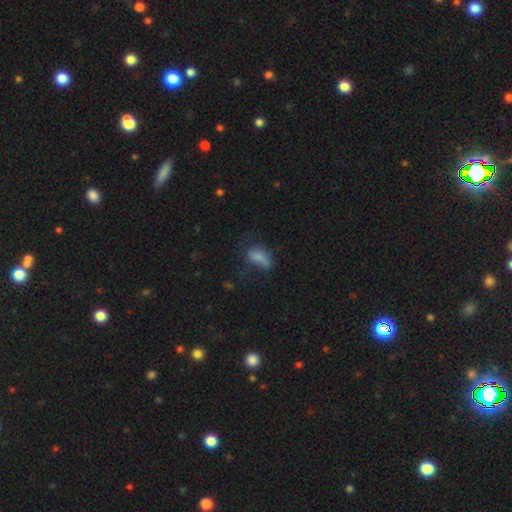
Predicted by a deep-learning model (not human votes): Smooth or featured: smooth — 70% (featured or disk — 16%)
How rounded: in between — 85% (round — 9%)
Merging: none — 36% (minor disturbance — 30%)